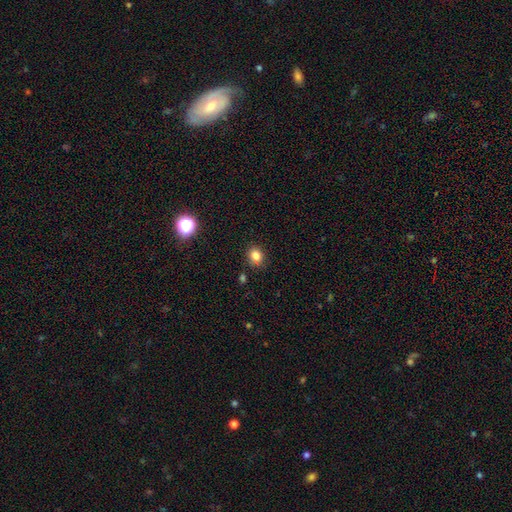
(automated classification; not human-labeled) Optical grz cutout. It shows a smooth galaxy with no disk features (81%) that is round (67%). Merging: none (86%).